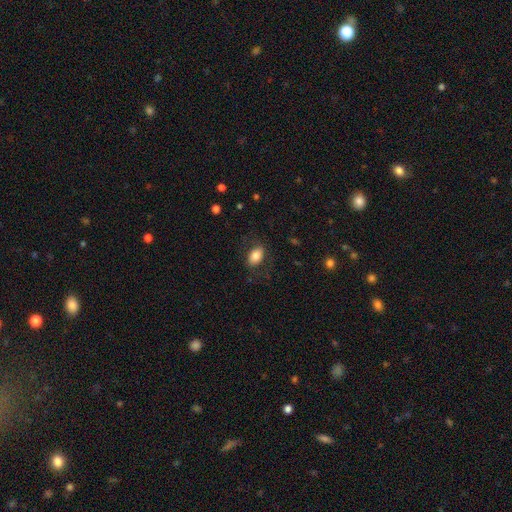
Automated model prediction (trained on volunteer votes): A smooth galaxy with no disk features (80%) that is in between round and cigar-shaped (88%).

Vote fractions:
- Smooth or featured? smooth: 80% / featured or disk: 12% / star or artifact: 8%
- How rounded? in between: 88% / round: 10% / cigar-shaped: 2%
- Merging? none: 78% / minor disturbance: 14% / major disturbance: 7% / merger: 1%